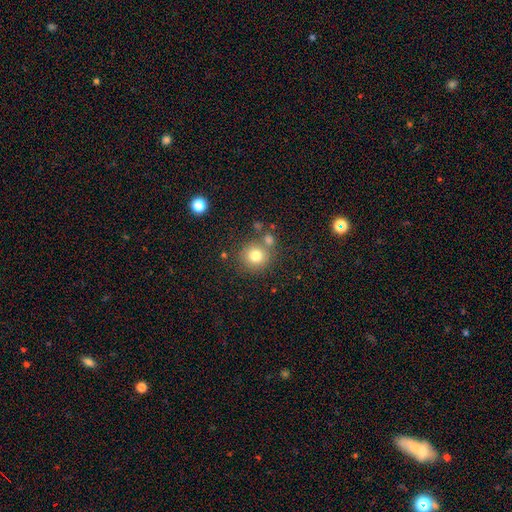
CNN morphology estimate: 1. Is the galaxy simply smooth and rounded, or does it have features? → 78% smooth, 12% star or artifact, 10% featured or disk.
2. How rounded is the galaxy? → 90% round, 9% in between, 1% cigar-shaped.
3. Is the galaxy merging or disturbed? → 71% none, 15% merger, 10% minor disturbance, 4% major disturbance.